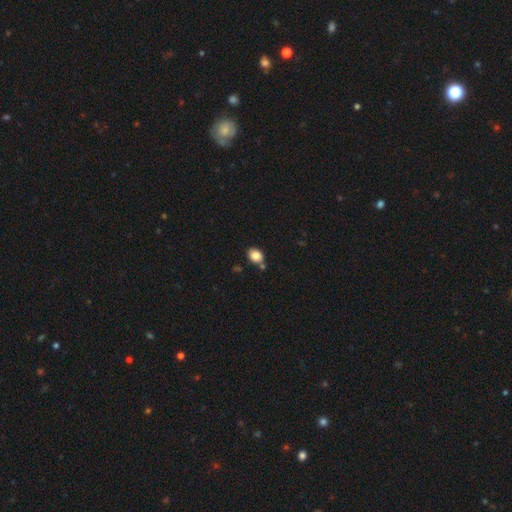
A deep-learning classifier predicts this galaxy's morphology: The model was most divided on "how rounded": in between: 54%, round: 45%, cigar-shaped: 1%. More confident: smooth or featured — smooth (84%); merging — none (67%).